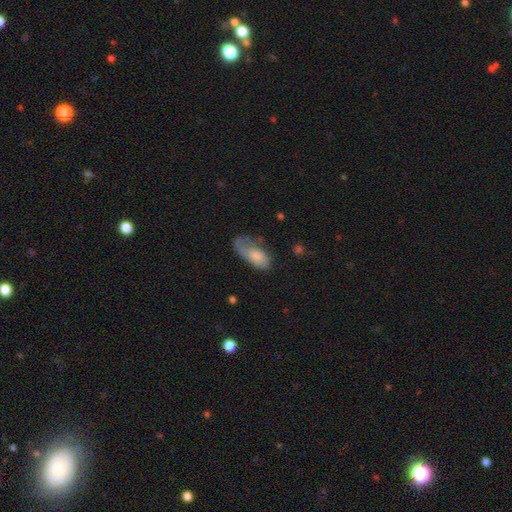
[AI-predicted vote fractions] A smooth galaxy with no disk features (65%) that is in between round and cigar-shaped (89%). Merging: minor disturbance (33%).